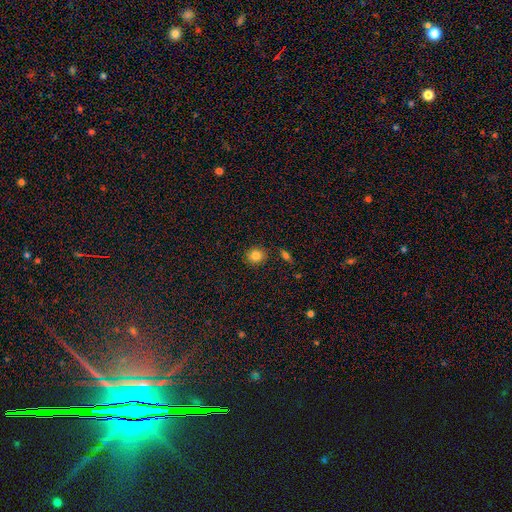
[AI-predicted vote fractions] A smooth galaxy with no disk features (84%) that is round (78%). Merging: none (86%).